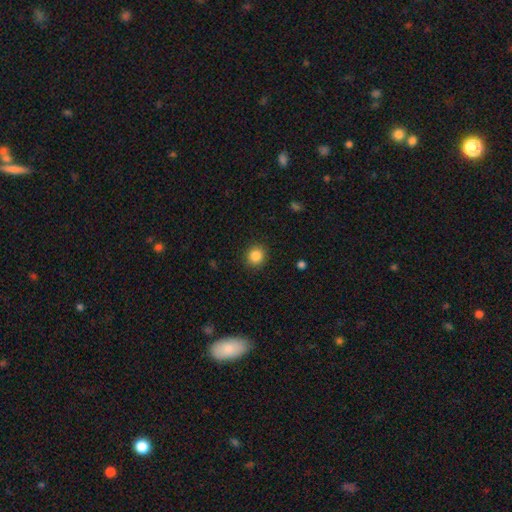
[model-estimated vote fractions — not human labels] smooth-or-featured: smooth: 86% | star or artifact: 10% | featured or disk: 4%
  how-rounded: round: 90% | in between: 9% | cigar-shaped: 1%
  merging: none: 91% | minor disturbance: 6% | major disturbance: 2% | merger: 1%